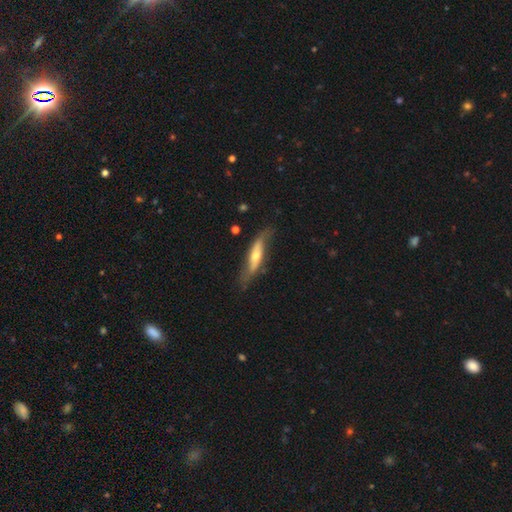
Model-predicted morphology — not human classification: Q: Smooth or featured?
A: featured or disk (65%); runner-up: smooth (29%)
Q: Edge-on disk?
A: yes (58%); runner-up: no (42%)
Q: Merging?
A: none (66%); runner-up: minor disturbance (23%)